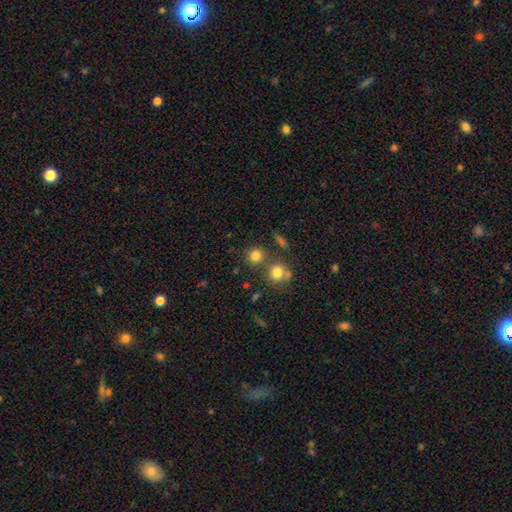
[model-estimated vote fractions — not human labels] smooth_or_featured: smooth (p=0.81) [alt: star or artifact p=0.12]
how_rounded: round (p=0.87) [alt: in between p=0.12]
merging: none (p=0.71) [alt: merger p=0.17]